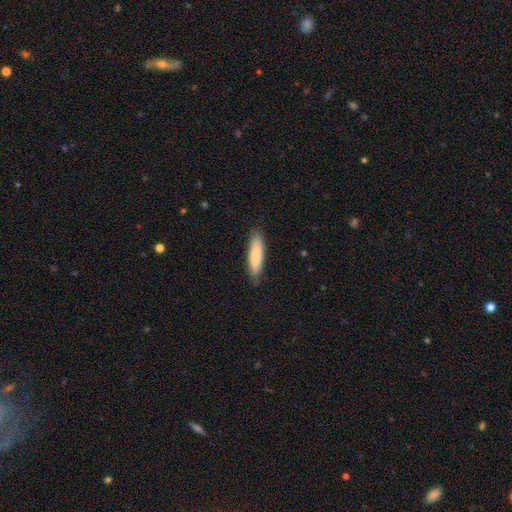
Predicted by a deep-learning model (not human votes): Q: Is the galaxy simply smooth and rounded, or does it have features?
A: smooth — 83%.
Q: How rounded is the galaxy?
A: cigar-shaped — 74%.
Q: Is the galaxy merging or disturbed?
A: none — 83%.